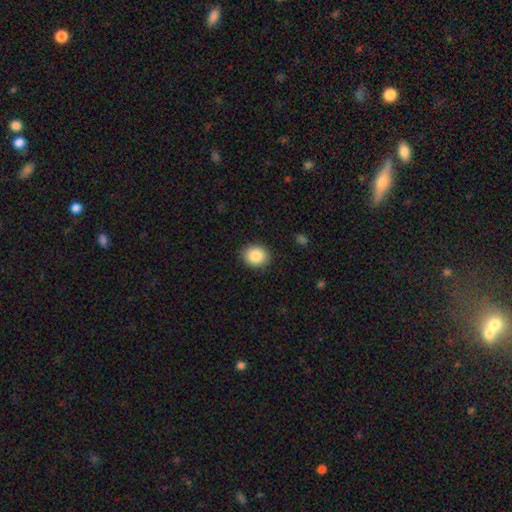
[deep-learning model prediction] Smooth or featured?
  - smooth: 87% *
  - star or artifact: 8%
  - featured or disk: 5%
How rounded?
  - round: 63% *
  - in between: 36%
  - cigar-shaped: 1%
Merging?
  - none: 89% *
  - minor disturbance: 8%
  - major disturbance: 2%
  - merger: 1%